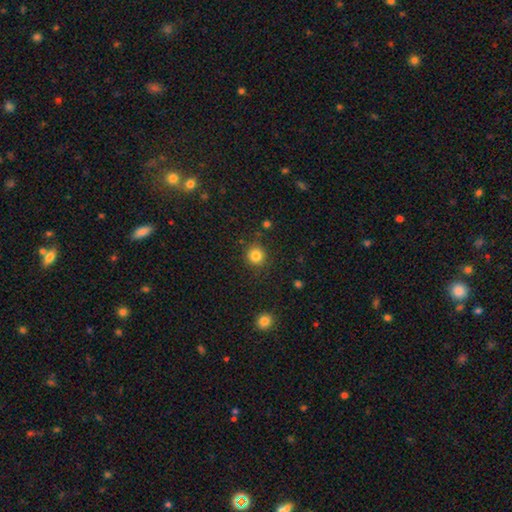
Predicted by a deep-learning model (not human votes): This is clearly a smooth galaxy (84%). How rounded: clearly round (93%). Merging: clearly none (87%).